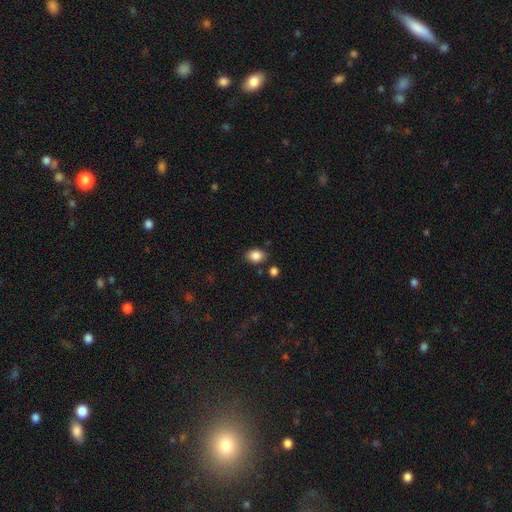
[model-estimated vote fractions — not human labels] The model was most divided on "how rounded": in between: 68%, round: 31%, cigar-shaped: 1%. More confident: smooth or featured — smooth (86%); merging — none (80%).